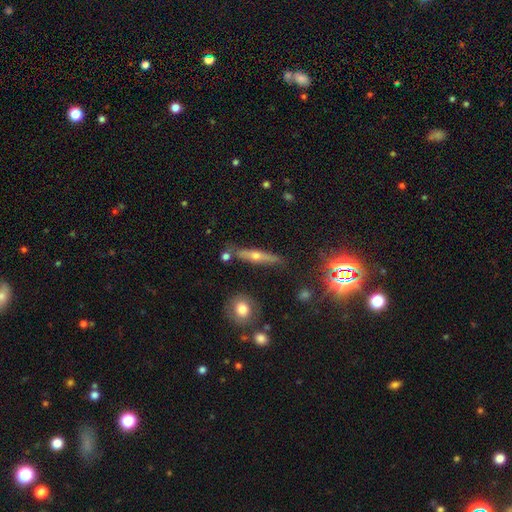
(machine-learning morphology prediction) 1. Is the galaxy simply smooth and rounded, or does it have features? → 53% featured or disk, 32% smooth, 15% star or artifact.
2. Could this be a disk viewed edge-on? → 90% yes, 10% no.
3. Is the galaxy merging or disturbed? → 80% none, 12% minor disturbance, 5% merger, 3% major disturbance.